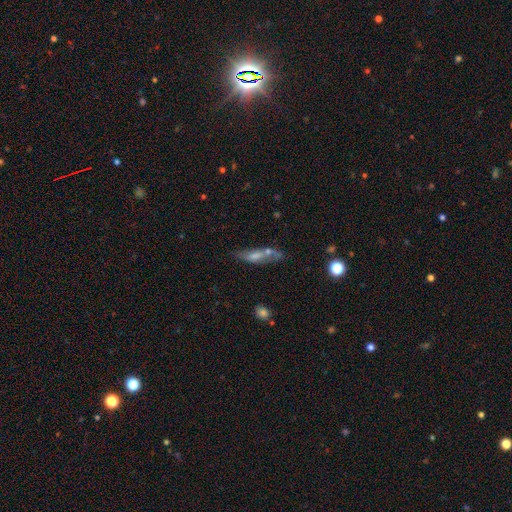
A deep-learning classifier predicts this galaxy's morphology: Overall: featured or disk (47%; smooth 41%). Merging: none (54%; minor disturbance 20%).